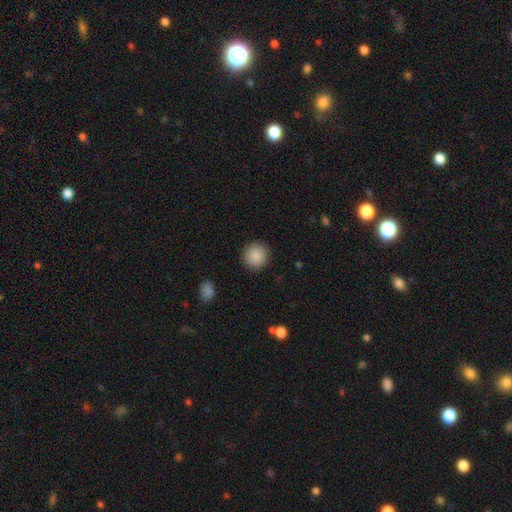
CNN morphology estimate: A smooth galaxy with no disk features (89%) that is round (93%). Merging: none (91%).